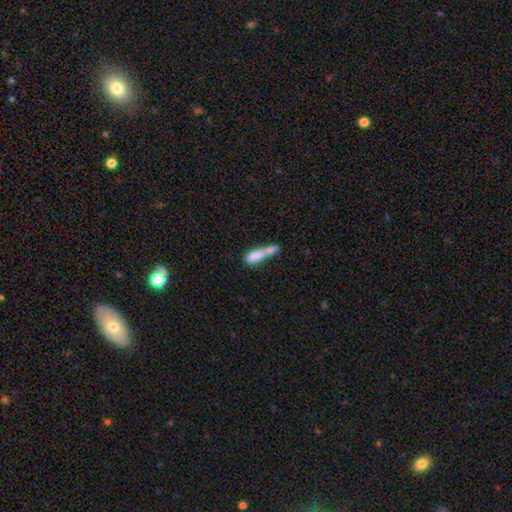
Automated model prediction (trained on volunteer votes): smooth_or_featured: smooth (p=0.72) [alt: featured or disk p=0.19]
how_rounded: cigar-shaped (p=0.59) [alt: in between p=0.37]
merging: merger (p=0.58) [alt: none p=0.20]